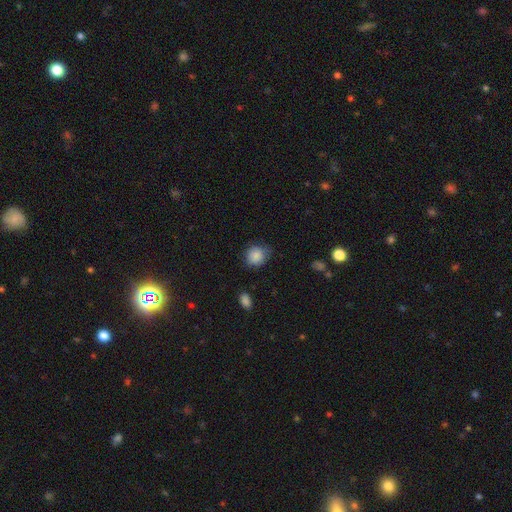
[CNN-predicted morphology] smooth 87%, star or artifact 8%, featured or disk 5%. Down the decision tree: how rounded — round (76%); merging — none (69%).